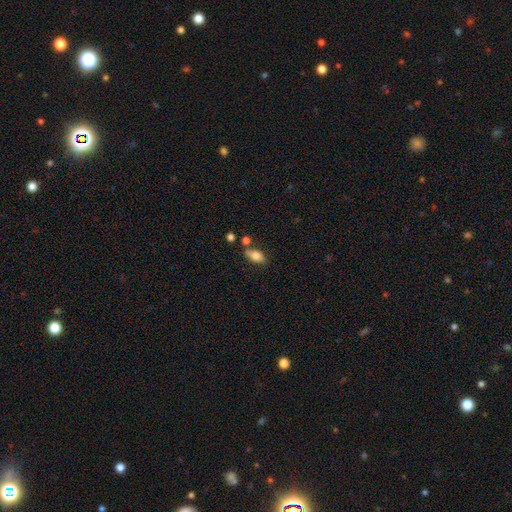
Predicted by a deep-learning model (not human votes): Smooth or featured? Predicted: smooth (p=0.76). How rounded? Predicted: in between (p=0.88). Merging? Predicted: none (p=0.66).